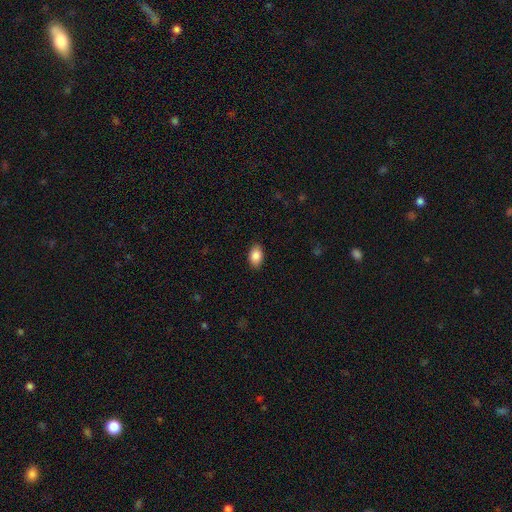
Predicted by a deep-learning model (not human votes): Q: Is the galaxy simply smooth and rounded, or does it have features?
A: smooth — 88%.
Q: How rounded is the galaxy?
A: in between — 90%.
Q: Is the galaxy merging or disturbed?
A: none — 88%.